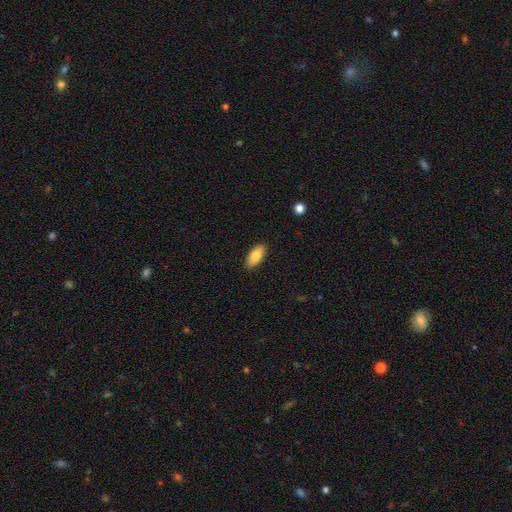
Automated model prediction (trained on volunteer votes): Smooth or featured? Predicted: smooth (p=0.85). How rounded? Predicted: in between (p=0.88). Merging? Predicted: none (p=0.89).